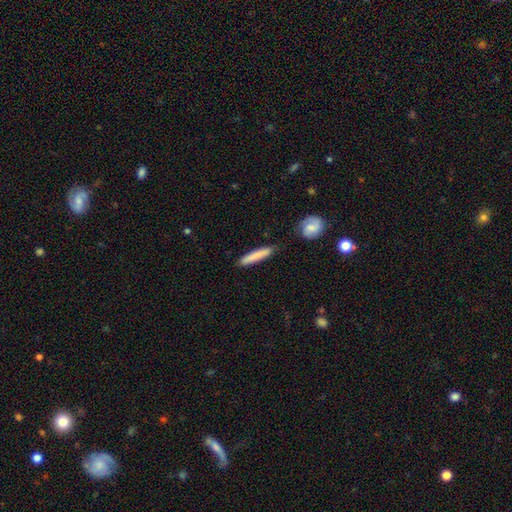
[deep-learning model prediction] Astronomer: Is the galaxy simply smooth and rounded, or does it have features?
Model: smooth — 78%.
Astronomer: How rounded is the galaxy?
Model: cigar-shaped — 91%.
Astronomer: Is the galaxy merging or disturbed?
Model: none — 84%.